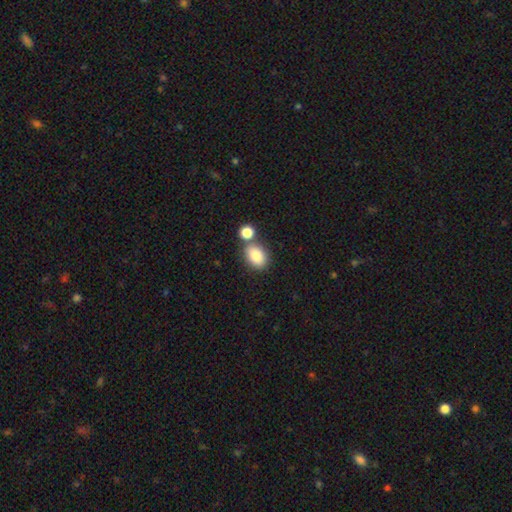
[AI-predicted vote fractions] Overall: smooth (84%). How rounded: in between (74%). Merging: none (63%).